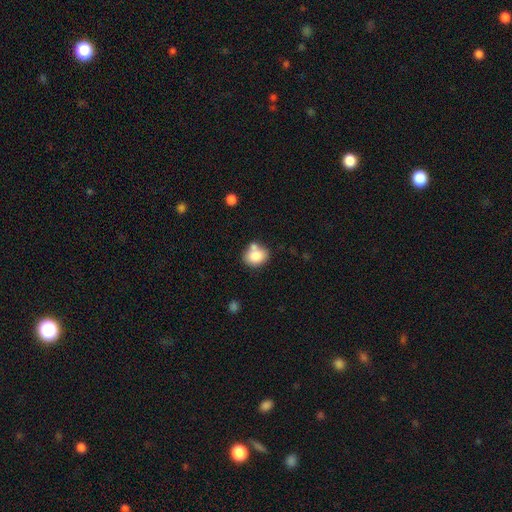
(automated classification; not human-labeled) smooth 82%, featured or disk 9%, star or artifact 9%. Down the decision tree: how rounded — round (50%); merging — none (57%).